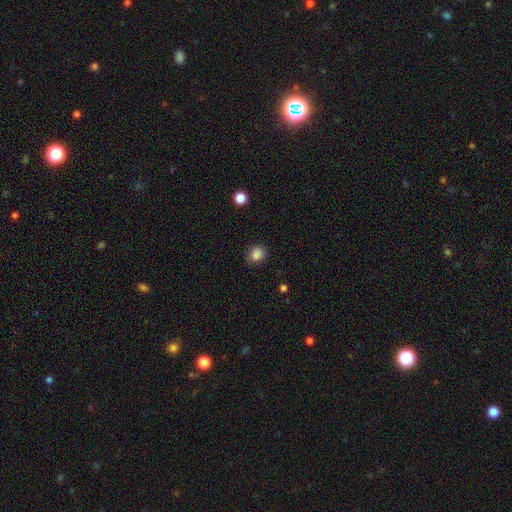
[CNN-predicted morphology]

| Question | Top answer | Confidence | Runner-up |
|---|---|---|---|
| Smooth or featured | smooth | 85% | star or artifact (11%) |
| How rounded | round | 69% | in between (30%) |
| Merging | none | 83% | minor disturbance (13%) |